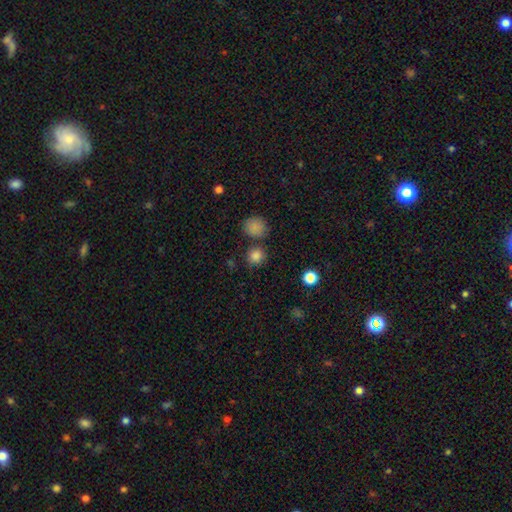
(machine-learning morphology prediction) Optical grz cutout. It shows a smooth galaxy with no disk features (83%) that is round (85%). Merging: none (75%).